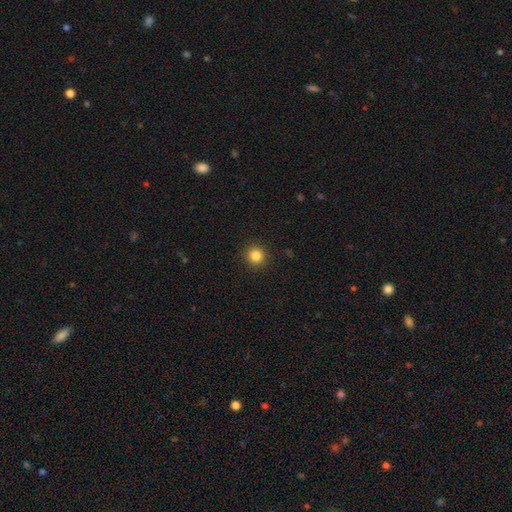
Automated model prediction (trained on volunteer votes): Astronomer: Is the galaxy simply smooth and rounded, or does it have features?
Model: smooth — 84%.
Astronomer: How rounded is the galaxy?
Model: round — 94%.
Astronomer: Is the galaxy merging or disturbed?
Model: none — 92%.